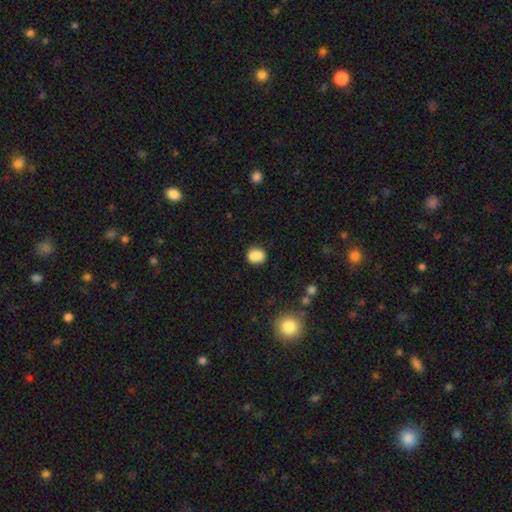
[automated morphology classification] Overall: smooth (84%). How rounded: round (52%; in between 46%). Merging: none (71%).